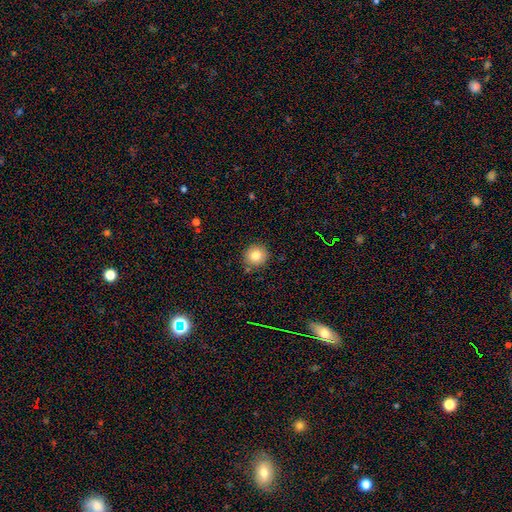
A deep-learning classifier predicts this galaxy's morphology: A smooth galaxy with no disk features (80%) that is round (91%).

Vote fractions:
- Smooth or featured? smooth: 80% / star or artifact: 11% / featured or disk: 9%
- How rounded? round: 91% / in between: 9% / cigar-shaped: 1%
- Merging? none: 86% / minor disturbance: 9% / merger: 2% / major disturbance: 2%